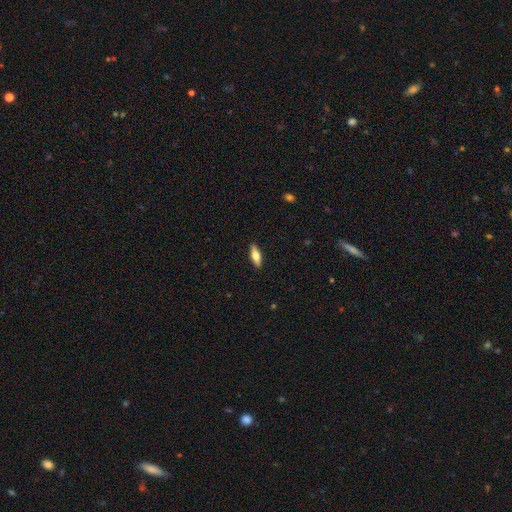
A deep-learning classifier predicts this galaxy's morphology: smooth-or-featured: smooth: 63% | featured or disk: 31% | star or artifact: 6%
  how-rounded: in between: 57% | cigar-shaped: 41% | round: 2%
  merging: none: 90% | minor disturbance: 8% | major disturbance: 2% | merger: 1%